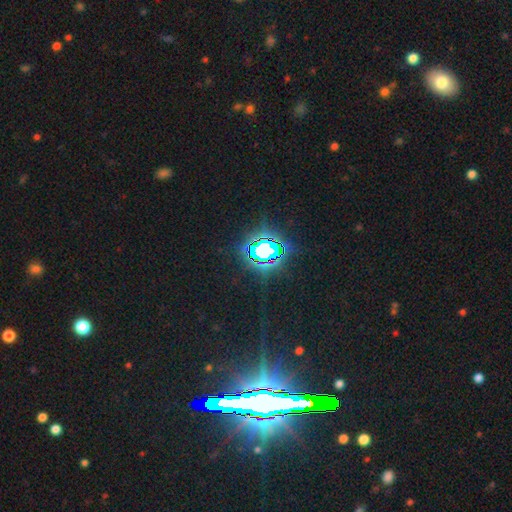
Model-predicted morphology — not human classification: The model was most divided on "smooth or featured": star or artifact: 82%, smooth: 10%, featured or disk: 8%.